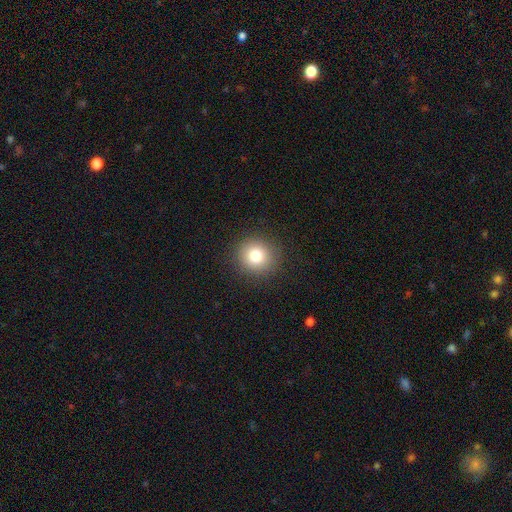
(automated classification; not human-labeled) Smooth or featured: smooth — 80% (star or artifact — 12%)
How rounded: round — 91% (in between — 8%)
Merging: none — 90% (minor disturbance — 6%)